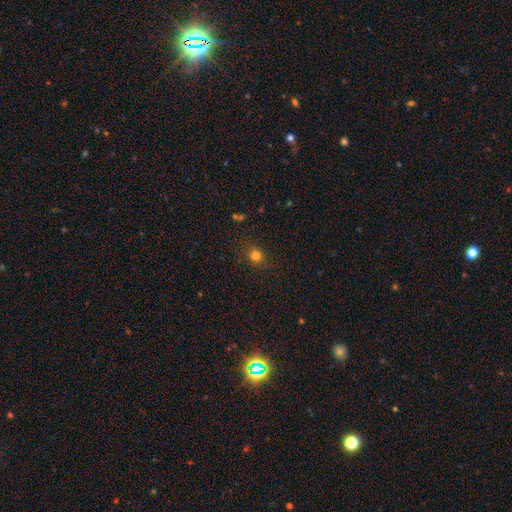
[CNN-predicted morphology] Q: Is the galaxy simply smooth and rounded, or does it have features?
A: smooth — 78%.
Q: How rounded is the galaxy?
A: round — 78%.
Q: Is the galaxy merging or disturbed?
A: none — 85%.